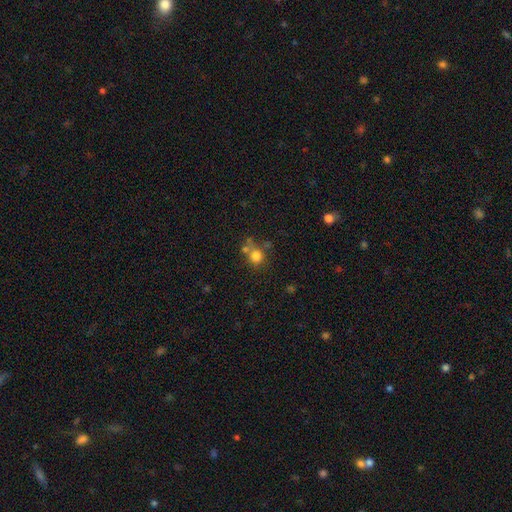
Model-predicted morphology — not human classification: A smooth galaxy with no disk features (77%) that is round (87%). Merging: none (55%).